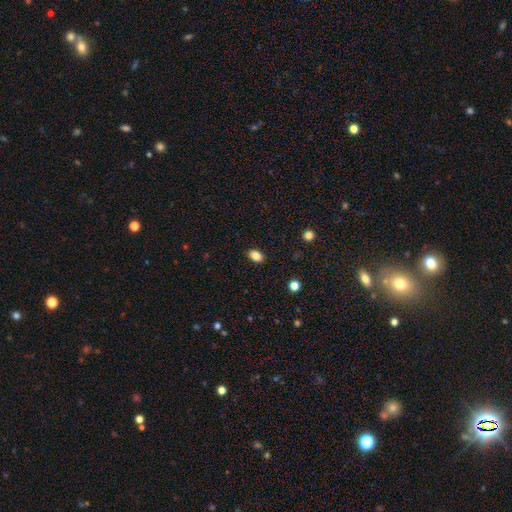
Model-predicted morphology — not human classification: A smooth galaxy with no disk features (85%) that is in between round and cigar-shaped (81%). Merging: none (89%).